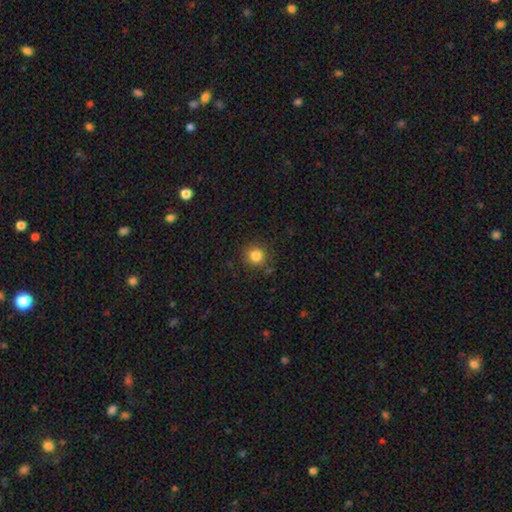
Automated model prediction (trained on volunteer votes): Smooth or featured? Predicted: smooth (p=0.83). How rounded? Predicted: round (p=0.92). Merging? Predicted: none (p=0.87).